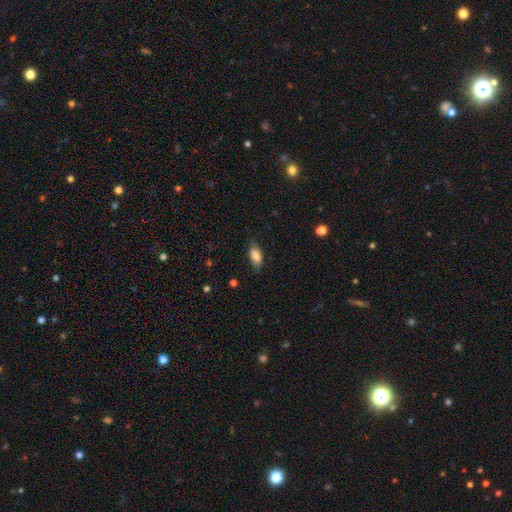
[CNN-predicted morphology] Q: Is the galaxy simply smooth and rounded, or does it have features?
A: smooth — 80%.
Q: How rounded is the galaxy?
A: in between — 84%.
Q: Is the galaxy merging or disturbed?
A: none — 74%.